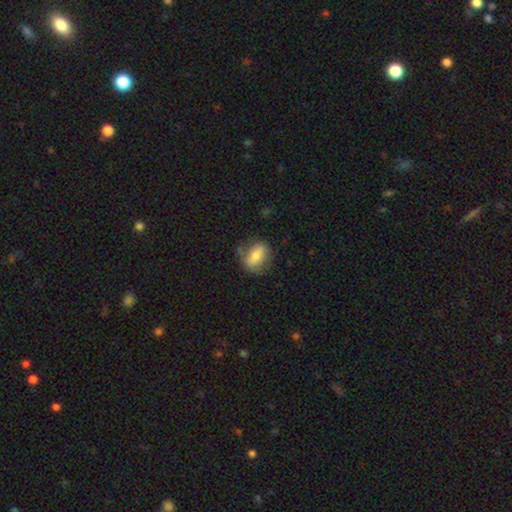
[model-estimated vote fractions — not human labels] The model was most divided on "merging": none: 62%, minor disturbance: 25%, major disturbance: 11%, merger: 2%. More confident: how rounded — in between (70%); smooth or featured — smooth (66%).